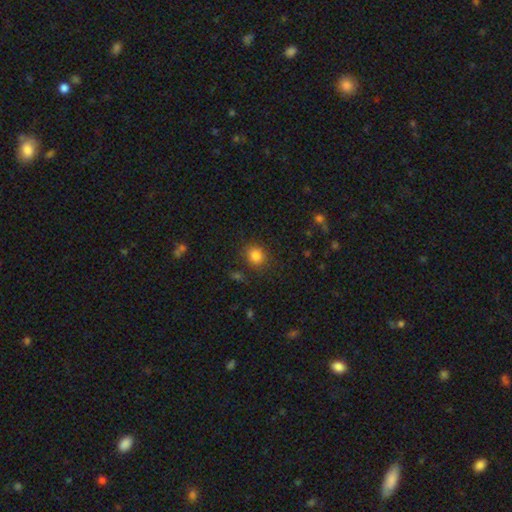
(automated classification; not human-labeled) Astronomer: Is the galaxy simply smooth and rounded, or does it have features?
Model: smooth — 83%.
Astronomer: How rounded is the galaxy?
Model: round — 73%.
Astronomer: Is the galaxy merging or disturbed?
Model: none — 82%.